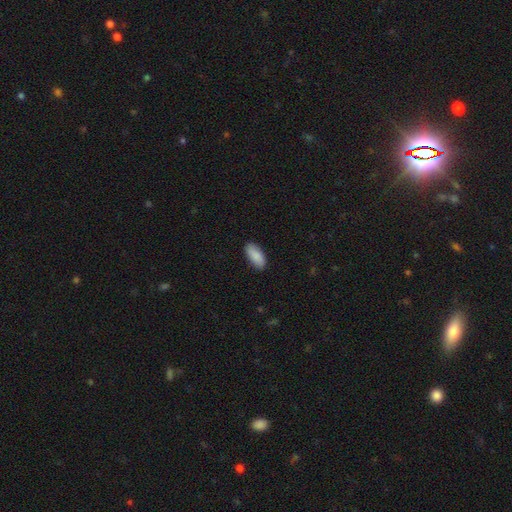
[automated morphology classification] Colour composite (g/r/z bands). It shows a smooth galaxy with no disk features (88%) that is in between round and cigar-shaped (88%). Merging: none (87%).